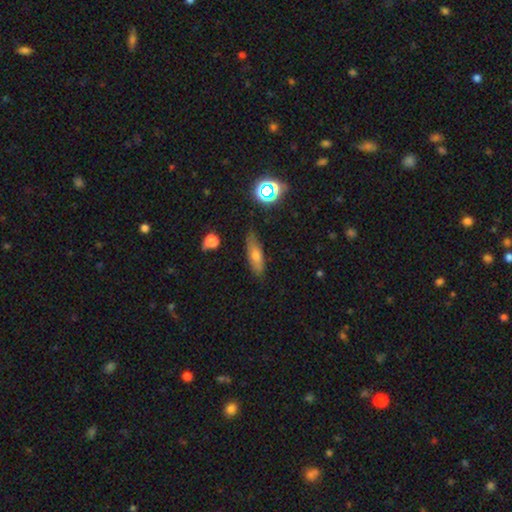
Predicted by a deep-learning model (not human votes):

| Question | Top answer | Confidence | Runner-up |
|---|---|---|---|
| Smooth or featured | smooth | 60% | featured or disk (27%) |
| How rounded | in between | 48% | cigar-shaped (47%) |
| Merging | none | 78% | minor disturbance (17%) |